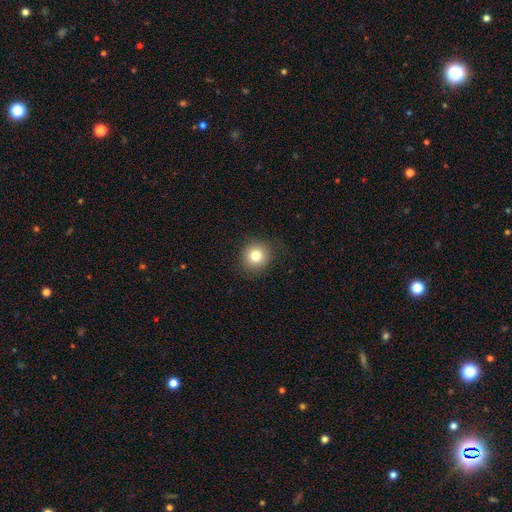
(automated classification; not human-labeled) Overall: smooth (80%). How rounded: round (88%). Merging: none (86%).